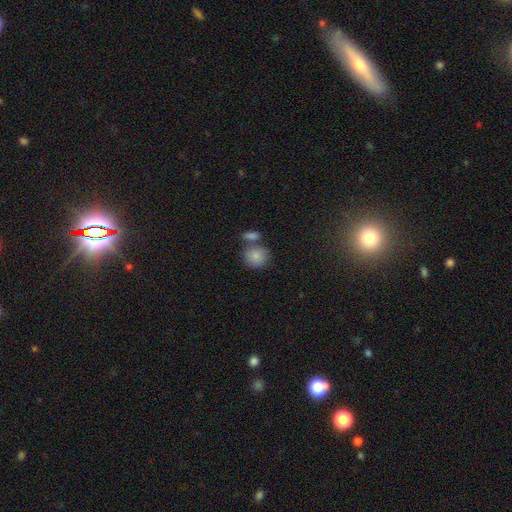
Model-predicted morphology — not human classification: This is clearly a smooth galaxy (85%). How rounded: likely round (79%). Merging: possibly none (56%).